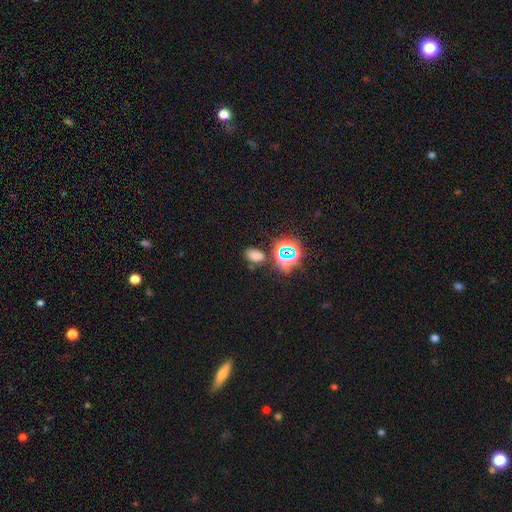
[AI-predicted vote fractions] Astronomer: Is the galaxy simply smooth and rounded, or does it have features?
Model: smooth — 65%.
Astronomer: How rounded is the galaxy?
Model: in between — 86%.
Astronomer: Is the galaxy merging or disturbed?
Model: none — 79%.